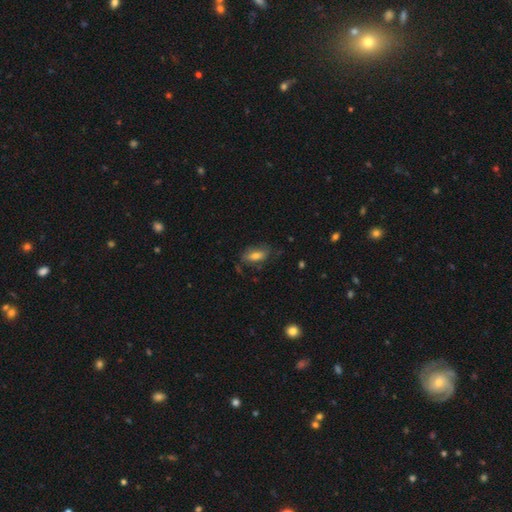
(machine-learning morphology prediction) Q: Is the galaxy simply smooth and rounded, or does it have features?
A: smooth — 67%.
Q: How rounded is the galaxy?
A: in between — 82%.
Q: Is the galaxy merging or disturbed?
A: none — 66%.